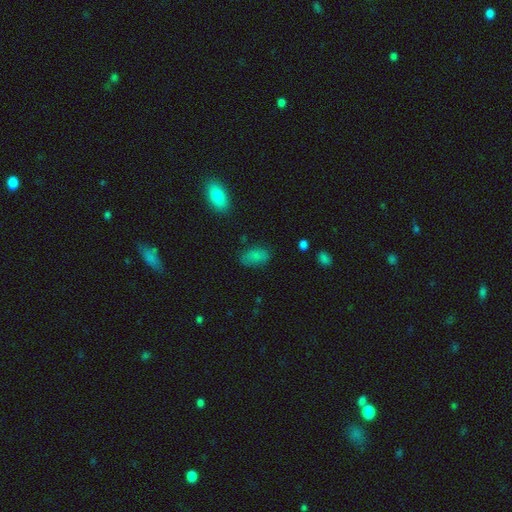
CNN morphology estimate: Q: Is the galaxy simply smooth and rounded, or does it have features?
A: smooth — 80%.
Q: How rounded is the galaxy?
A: in between — 92%.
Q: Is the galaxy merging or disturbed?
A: none — 72%.